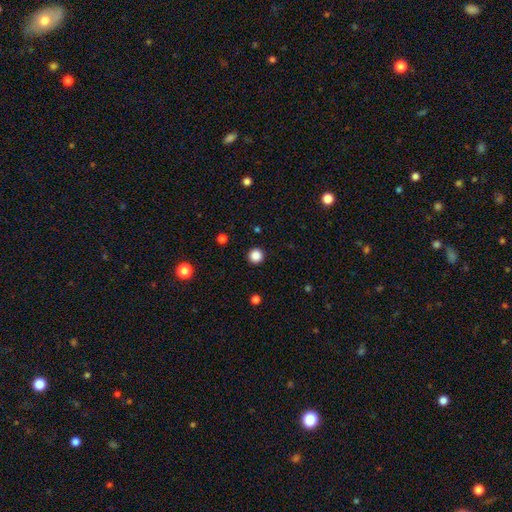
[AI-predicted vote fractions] smooth-or-featured: smooth: 86% | star or artifact: 12% | featured or disk: 2%
  how-rounded: round: 96% | in between: 3% | cigar-shaped: 1%
  merging: none: 93% | minor disturbance: 4% | major disturbance: 2% | merger: 1%